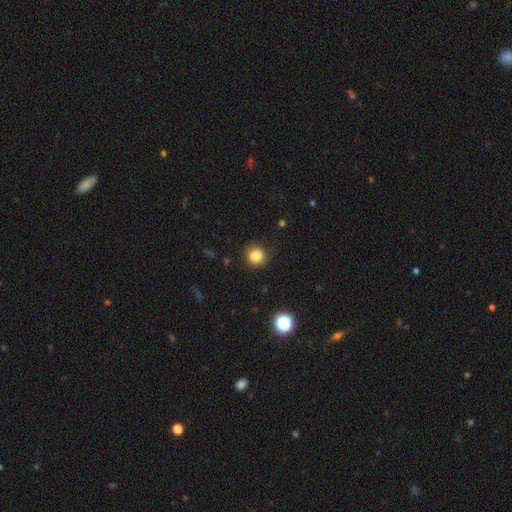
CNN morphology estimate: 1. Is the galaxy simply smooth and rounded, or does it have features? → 84% smooth, 12% star or artifact, 4% featured or disk.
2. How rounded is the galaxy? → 92% round, 7% in between, 1% cigar-shaped.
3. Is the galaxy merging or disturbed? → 88% none, 9% minor disturbance, 3% major disturbance, 1% merger.